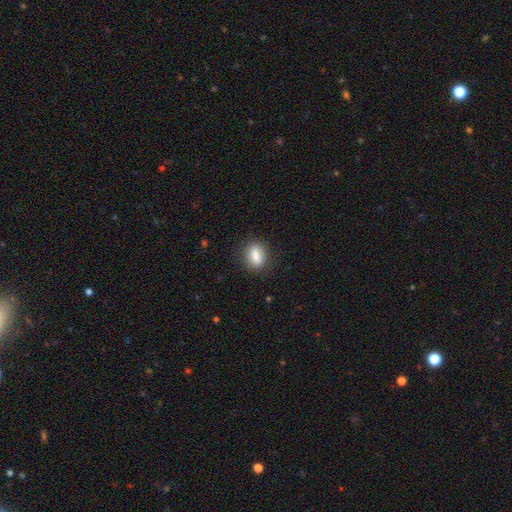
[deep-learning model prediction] A smooth galaxy with no disk features (84%) that is in between round and cigar-shaped (70%).

Vote fractions:
- Smooth or featured? smooth: 84% / featured or disk: 8% / star or artifact: 8%
- How rounded? in between: 70% / round: 26% / cigar-shaped: 5%
- Merging? none: 84% / minor disturbance: 11% / major disturbance: 3% / merger: 1%